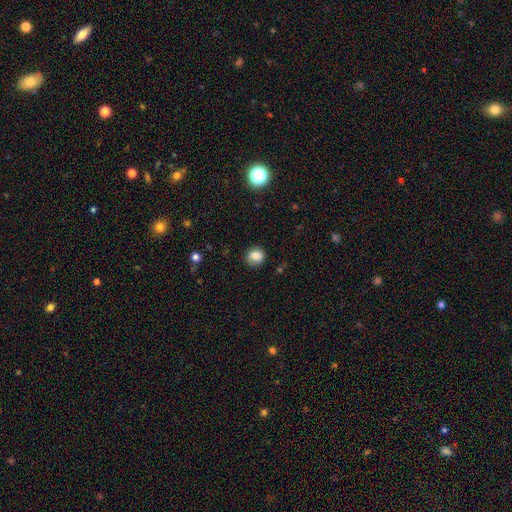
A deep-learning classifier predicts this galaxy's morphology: The model was most divided on "how rounded": round: 76%, in between: 23%, cigar-shaped: 1%. More confident: merging — none (82%); smooth or featured — smooth (81%).